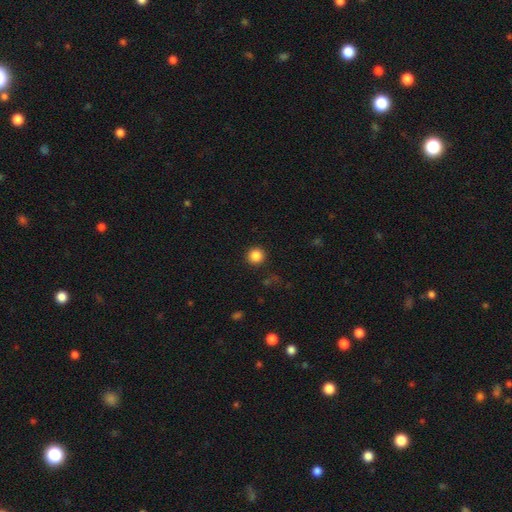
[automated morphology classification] A smooth galaxy with no disk features (86%) that is round (95%). Merging: none (91%).